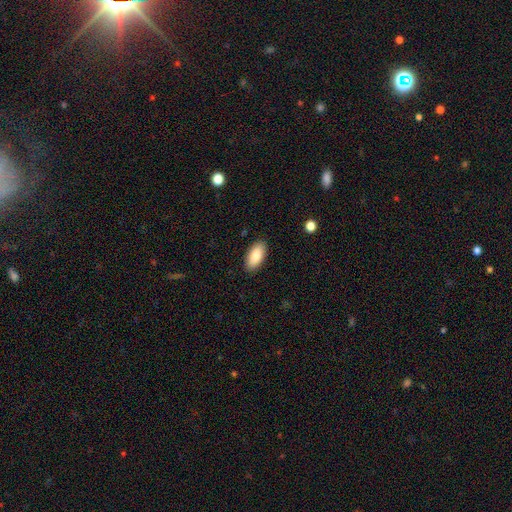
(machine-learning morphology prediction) type=smooth (83%); roundness=in between (92%); merging=none (89%).